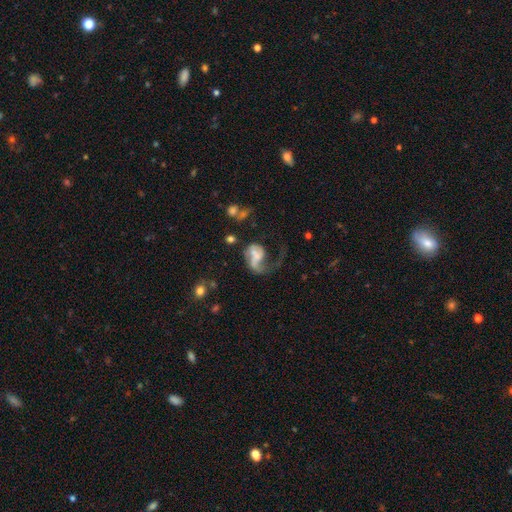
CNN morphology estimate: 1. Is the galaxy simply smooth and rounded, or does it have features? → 63% featured or disk, 28% smooth, 9% star or artifact.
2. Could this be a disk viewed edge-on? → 98% no, 2% yes.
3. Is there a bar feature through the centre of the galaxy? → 60% no, 30% weak, 10% strong.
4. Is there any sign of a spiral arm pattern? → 73% yes, 27% no.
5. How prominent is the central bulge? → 41% none, 29% small, 19% moderate, 8% large, 3% dominant.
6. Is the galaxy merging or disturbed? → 58% major disturbance, 20% none, 12% minor disturbance, 10% merger.